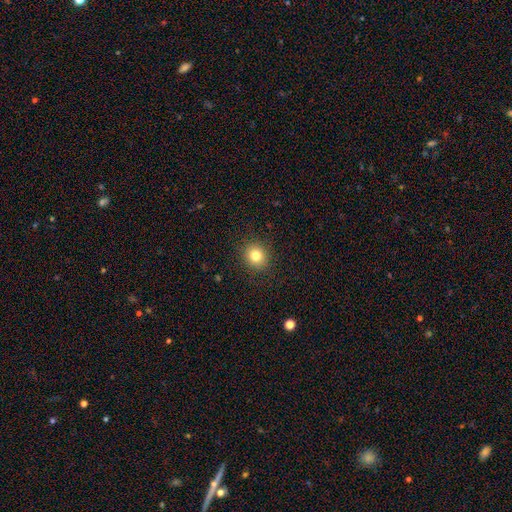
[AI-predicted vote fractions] Smooth or featured? Predicted: smooth (p=0.81). How rounded? Predicted: round (p=0.81). Merging? Predicted: none (p=0.90).